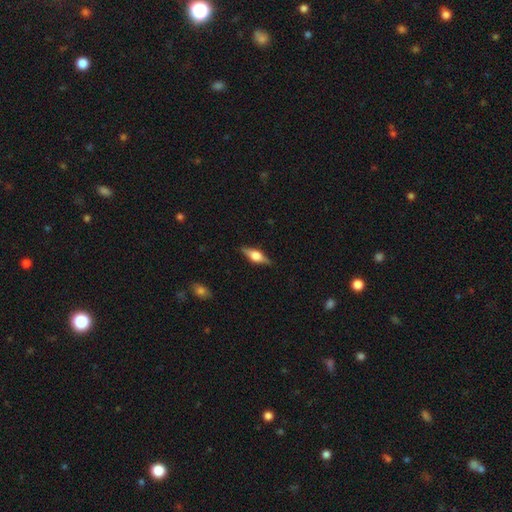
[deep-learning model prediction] Smooth or featured: featured or disk — 66% (smooth — 28%)
Edge-on disk: yes — 96% (no — 4%)
Edge-on bulge: rounded — 91% (boxy — 7%)
Merging: none — 87% (minor disturbance — 9%)